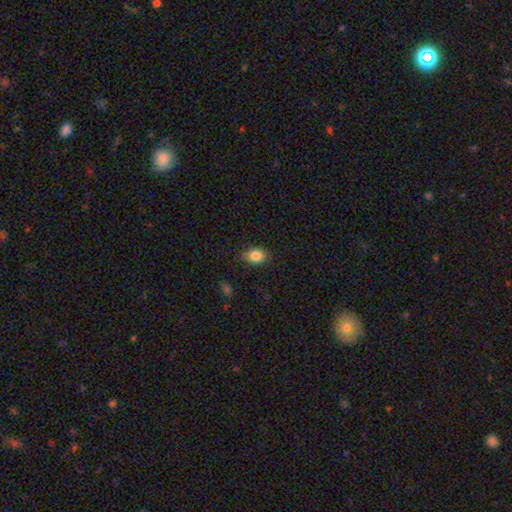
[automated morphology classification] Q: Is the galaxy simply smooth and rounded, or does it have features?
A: smooth — 85%.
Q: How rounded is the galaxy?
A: in between — 67%.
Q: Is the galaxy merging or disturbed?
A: none — 83%.